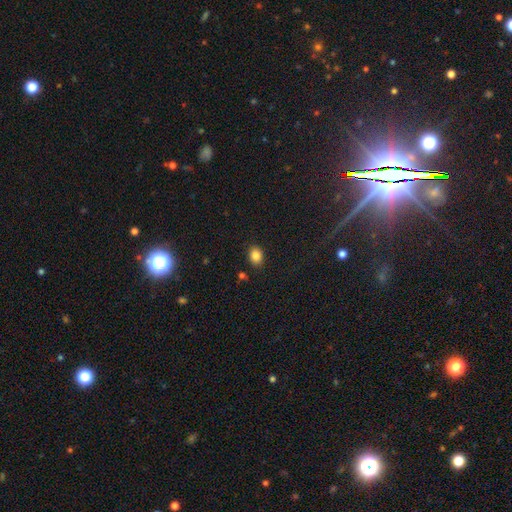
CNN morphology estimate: This is clearly a smooth galaxy (85%). How rounded: likely in between (66%). Merging: clearly none (87%).